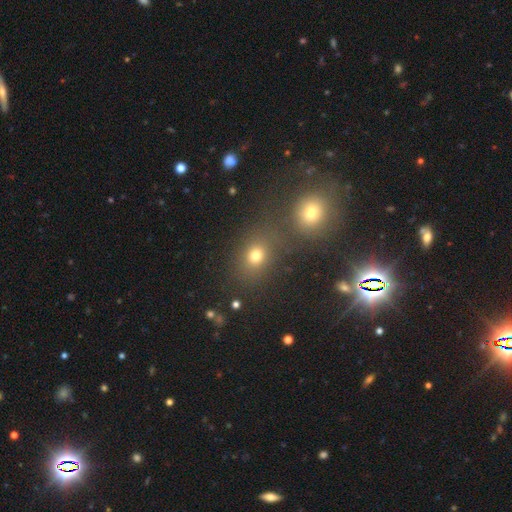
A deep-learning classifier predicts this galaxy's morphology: Smooth or featured: smooth — 72% (star or artifact — 20%)
How rounded: round — 60% (in between — 38%)
Merging: none — 61% (merger — 24%)